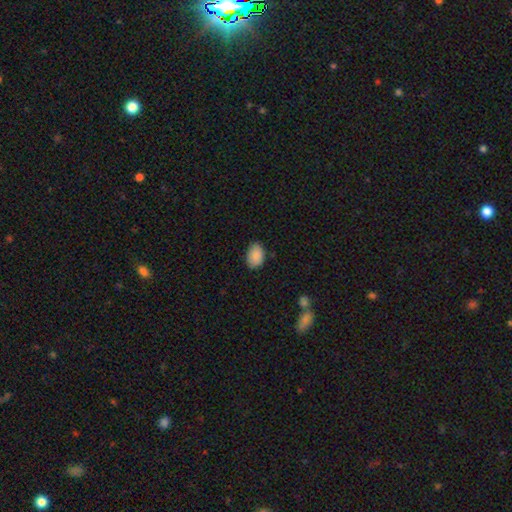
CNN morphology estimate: A smooth galaxy with no disk features (89%) that is in between round and cigar-shaped (84%). Merging: none (80%).